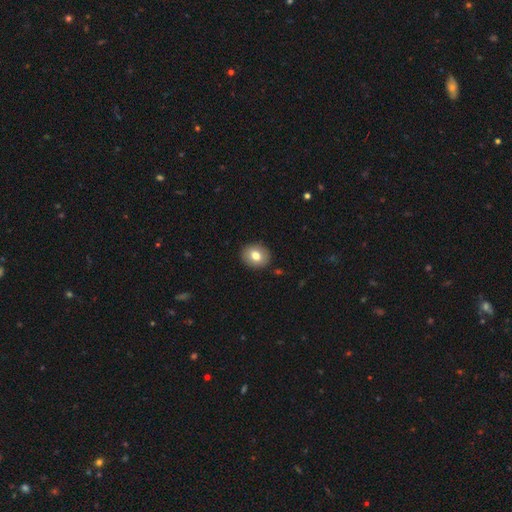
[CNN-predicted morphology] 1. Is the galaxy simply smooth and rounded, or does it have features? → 78% smooth, 14% featured or disk, 9% star or artifact.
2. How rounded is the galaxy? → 69% round, 30% in between, 1% cigar-shaped.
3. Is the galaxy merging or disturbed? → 90% none, 7% minor disturbance, 2% major disturbance, 1% merger.